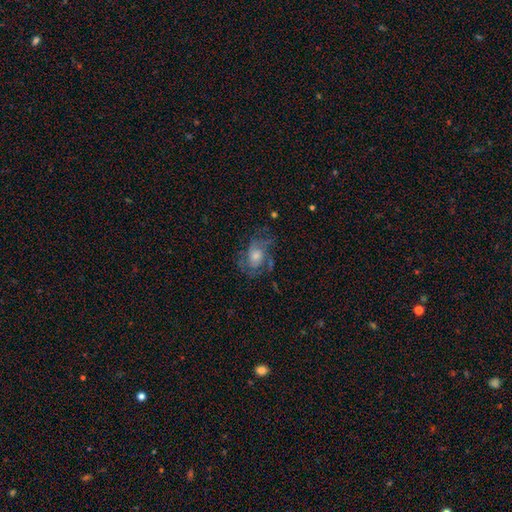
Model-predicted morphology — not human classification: Smooth or featured? Predicted: featured or disk (p=0.69). Edge-on disk? Predicted: no (p=0.97). Bar? Predicted: no (p=0.72). Spiral arms? Predicted: yes (p=0.85). Spiral winding? Predicted: medium (p=0.46). Spiral arm count? Predicted: can't tell (p=0.32). Bulge size? Predicted: moderate (p=0.53). Merging? Predicted: none (p=0.64).